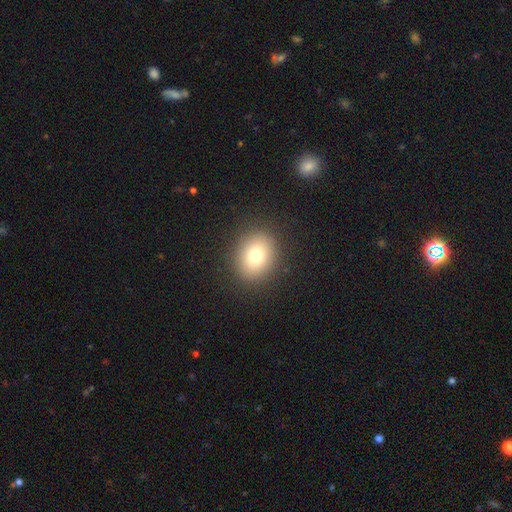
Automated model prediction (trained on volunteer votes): This appears to be a smooth galaxy with no disk features (77%) that is round (63%). Merging: none (89%).